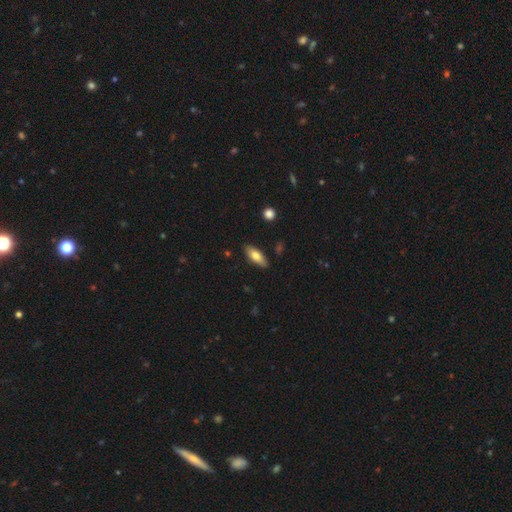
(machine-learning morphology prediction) Q: Smooth or featured?
A: smooth (71%); runner-up: featured or disk (23%)
Q: How rounded?
A: in between (68%); runner-up: cigar-shaped (30%)
Q: Merging?
A: none (86%); runner-up: minor disturbance (10%)